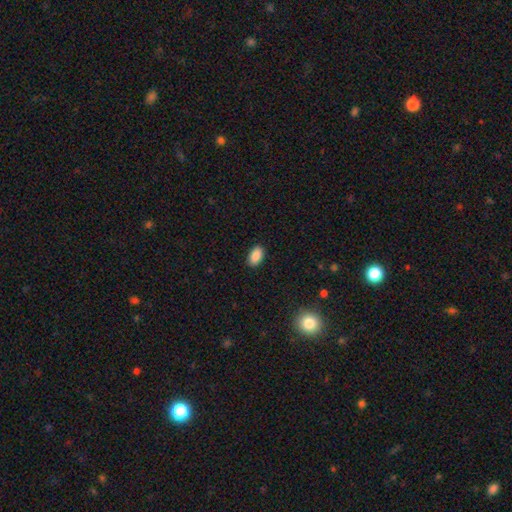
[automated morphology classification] type=smooth (89%); roundness=in between (92%); merging=none (89%).